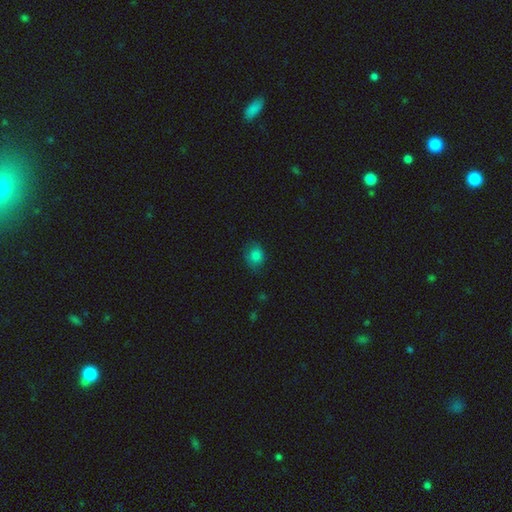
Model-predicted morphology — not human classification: smooth-or-featured: smooth: 82% | star or artifact: 11% | featured or disk: 7%
  how-rounded: round: 53% | in between: 46% | cigar-shaped: 1%
  merging: none: 72% | minor disturbance: 21% | major disturbance: 5% | merger: 1%